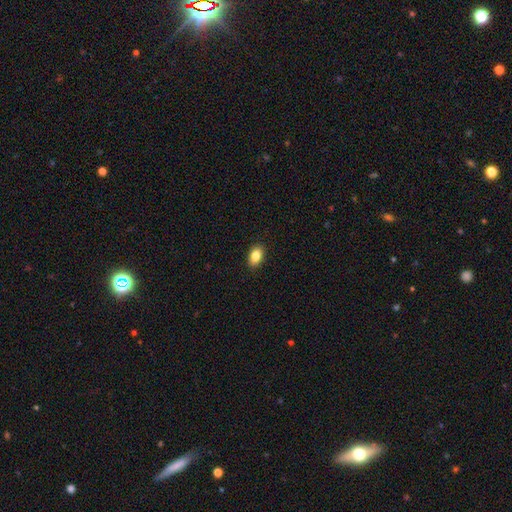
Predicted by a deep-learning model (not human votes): This appears to be a smooth galaxy with no disk features (84%) that is in between round and cigar-shaped (86%). Merging: none (90%).